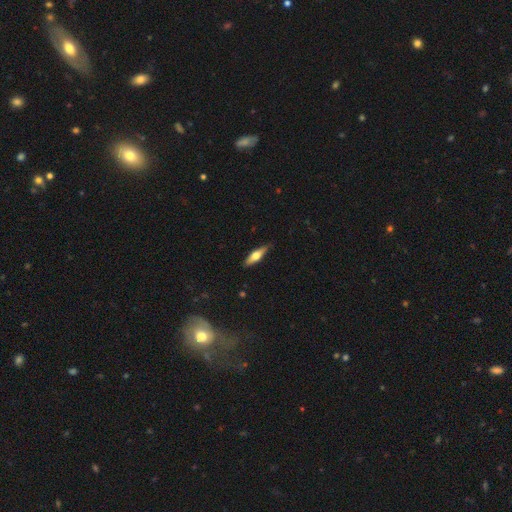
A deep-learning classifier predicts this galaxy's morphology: Q: Smooth or featured?
A: featured or disk (50%); runner-up: smooth (44%)
Q: Edge-on disk?
A: yes (92%); runner-up: no (8%)
Q: Merging?
A: none (86%); runner-up: minor disturbance (11%)